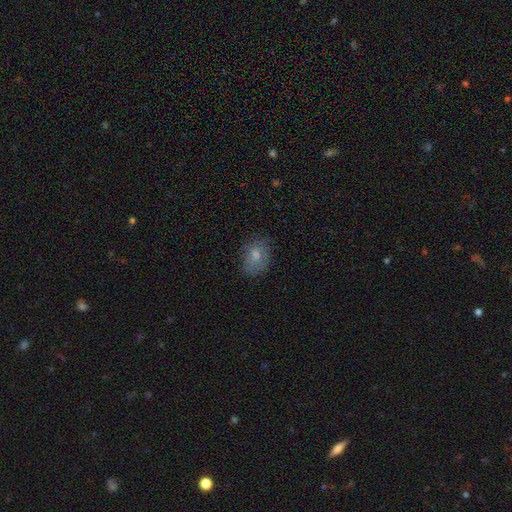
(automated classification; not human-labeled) Smooth or featured? Predicted: smooth (p=0.75). How rounded? Predicted: in between (p=0.70). Merging? Predicted: none (p=0.66).